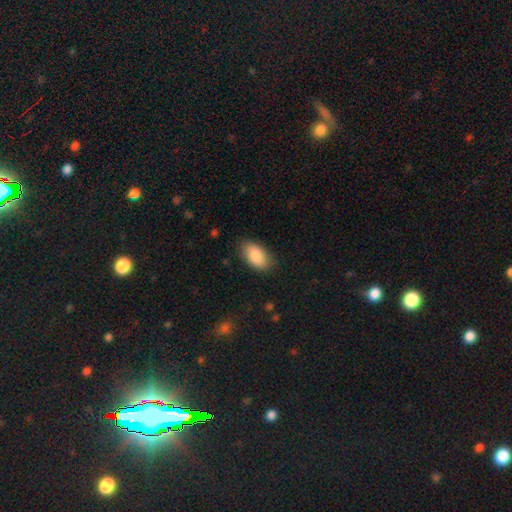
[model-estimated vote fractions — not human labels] smooth 87%, featured or disk 7%, star or artifact 6%. Down the decision tree: how rounded — in between (93%); merging — none (83%).